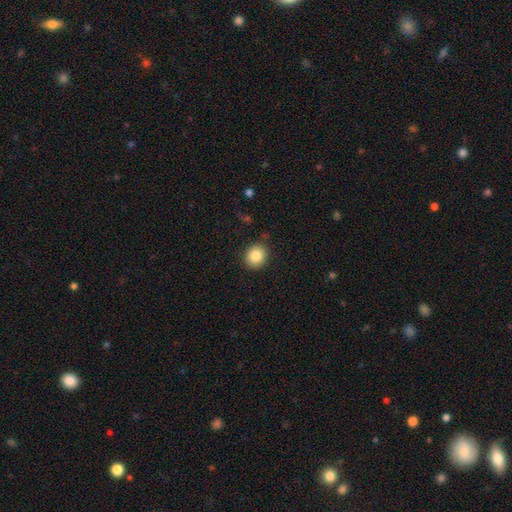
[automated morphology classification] Overall: smooth (85%). How rounded: round (79%). Merging: none (88%).